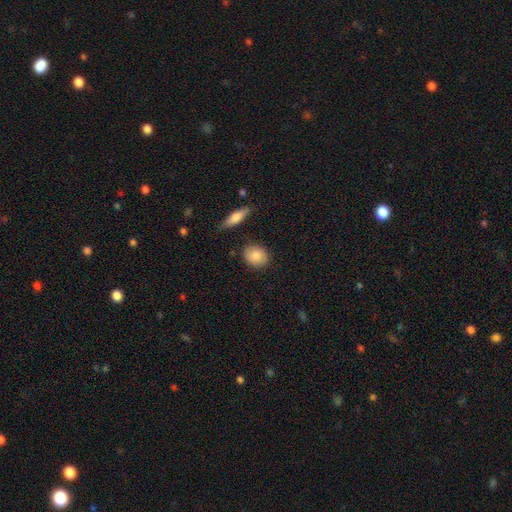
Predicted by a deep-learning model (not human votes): smooth 84%, featured or disk 9%, star or artifact 7%. Down the decision tree: how rounded — round (61%); merging — none (85%).